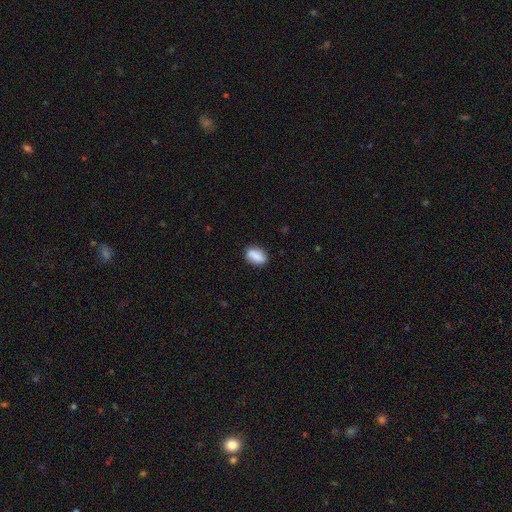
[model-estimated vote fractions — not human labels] Smooth or featured? Predicted: smooth (p=0.85). How rounded? Predicted: in between (p=0.86). Merging? Predicted: none (p=0.84).